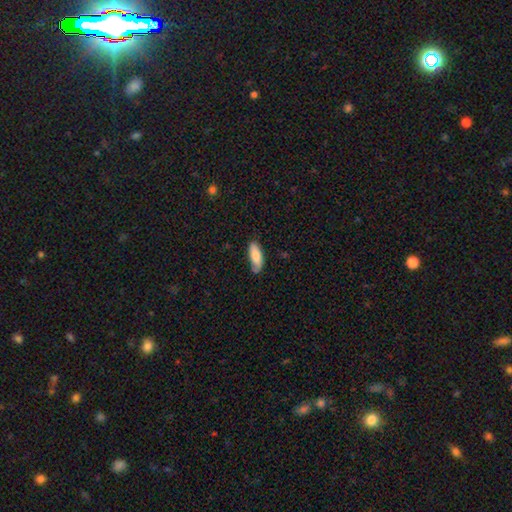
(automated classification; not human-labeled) Overall: smooth (80%). How rounded: in between (72%). Merging: none (72%).